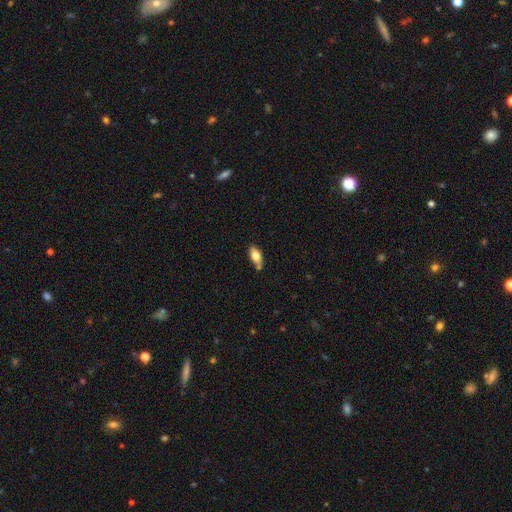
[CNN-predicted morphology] smooth 74%, featured or disk 19%, star or artifact 7%. Down the decision tree: how rounded — in between (85%); merging — none (64%).